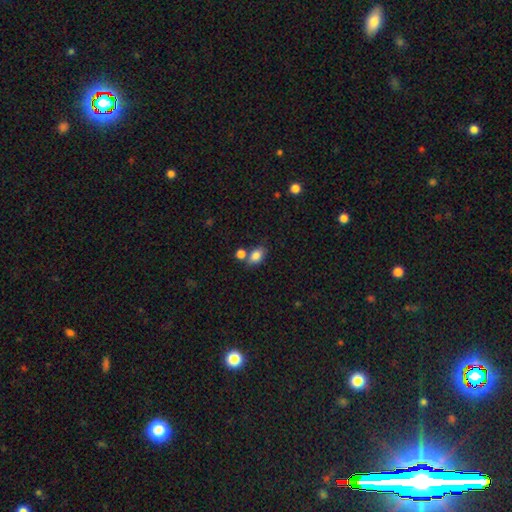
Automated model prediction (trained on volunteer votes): Smooth or featured? smooth (83%)
How rounded? in between (81%)
Merging? none (55%)